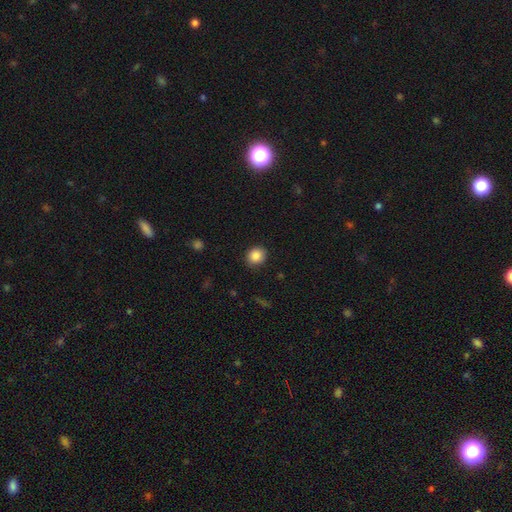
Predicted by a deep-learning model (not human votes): This appears to be a smooth galaxy with no disk features (87%) that is round (82%). Merging: none (89%).